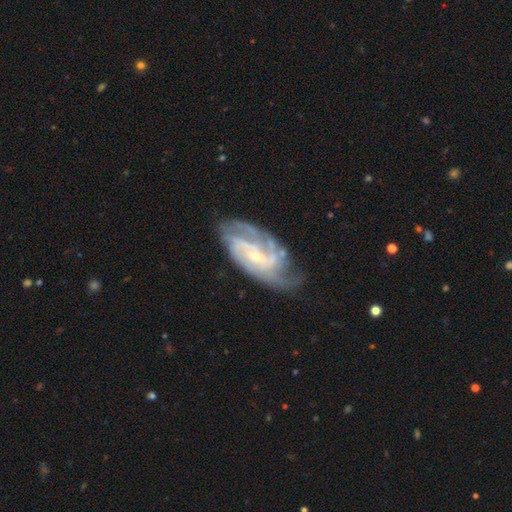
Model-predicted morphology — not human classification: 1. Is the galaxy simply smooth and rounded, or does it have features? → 87% featured or disk, 7% smooth, 6% star or artifact.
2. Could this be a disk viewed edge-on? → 95% no, 5% yes.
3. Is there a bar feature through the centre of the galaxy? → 41% no (tied), 41% weak (tied), 18% strong.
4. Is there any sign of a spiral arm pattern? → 96% yes, 4% no.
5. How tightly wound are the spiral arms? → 47% tight, 42% medium, 10% loose.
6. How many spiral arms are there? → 28% 3, 27% 2, 22% can't tell, 13% 4, 5% more than 4, 5% 1.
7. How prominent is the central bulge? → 74% small, 22% moderate, 2% none, 1% large, 1% dominant.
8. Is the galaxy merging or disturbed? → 66% none, 22% minor disturbance, 10% major disturbance, 2% merger.